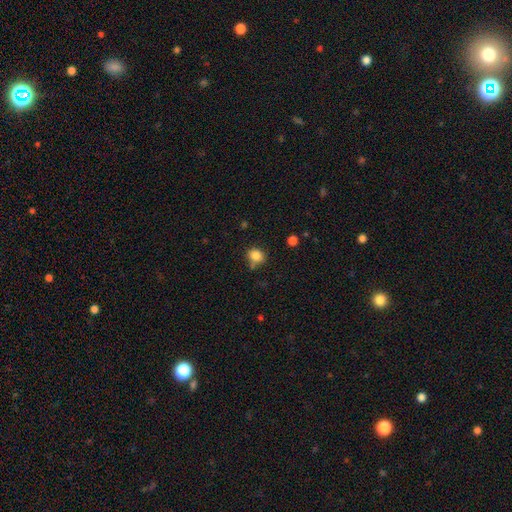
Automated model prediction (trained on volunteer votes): A smooth galaxy with no disk features (84%) that is round (66%). Merging: none (66%).